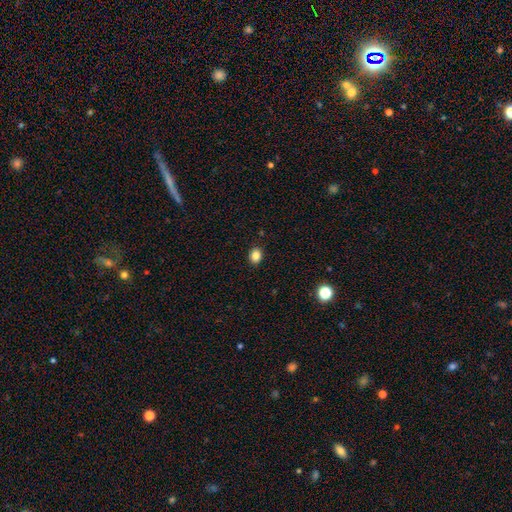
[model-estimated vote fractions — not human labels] Morphology: type=smooth (85%); roundness=in between (53%); merging=none (90%).